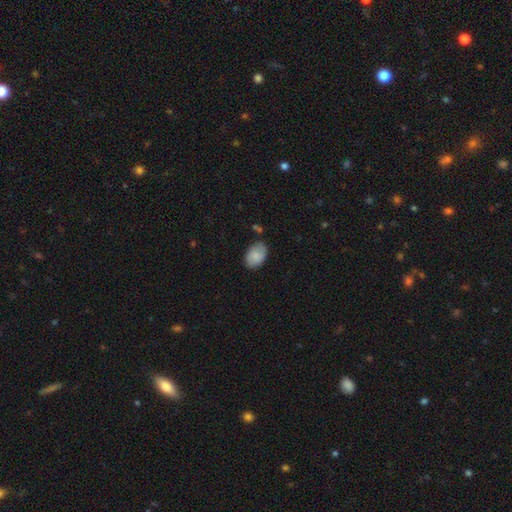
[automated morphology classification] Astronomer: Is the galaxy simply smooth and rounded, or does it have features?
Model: smooth — 86%.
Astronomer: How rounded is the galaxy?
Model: in between — 88%.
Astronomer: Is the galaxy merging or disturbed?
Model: none — 77%.